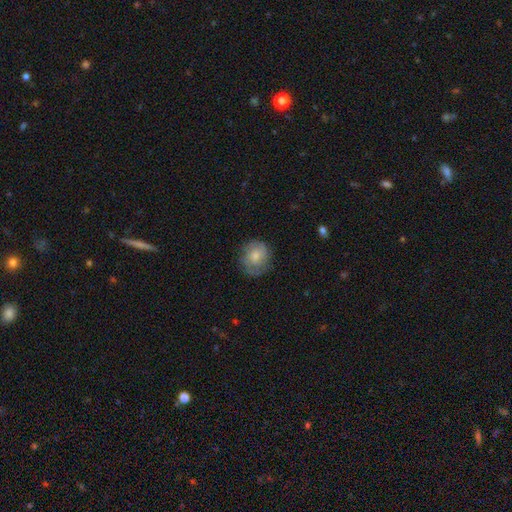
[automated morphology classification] Overall: smooth (58%; featured or disk 35%). How rounded: round (78%). Merging: none (71%).